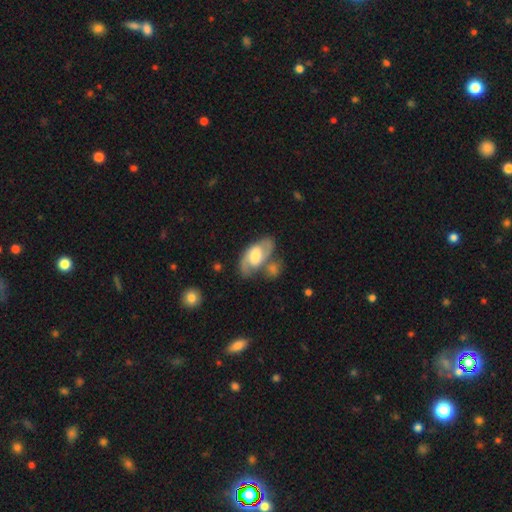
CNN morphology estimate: Q: Smooth or featured?
A: featured or disk (67%); runner-up: smooth (28%)
Q: Edge-on disk?
A: no (93%); runner-up: yes (7%)
Q: Bar?
A: weak (47%); runner-up: no (32%)
Q: Spiral arms?
A: yes (82%); runner-up: no (18%)
Q: Spiral winding?
A: medium (52%); runner-up: tight (24%)
Q: Spiral arm count?
A: 2 (84%); runner-up: can't tell (9%)
Q: Bulge size?
A: moderate (54%); runner-up: large (31%)
Q: Merging?
A: none (60%); runner-up: minor disturbance (17%)